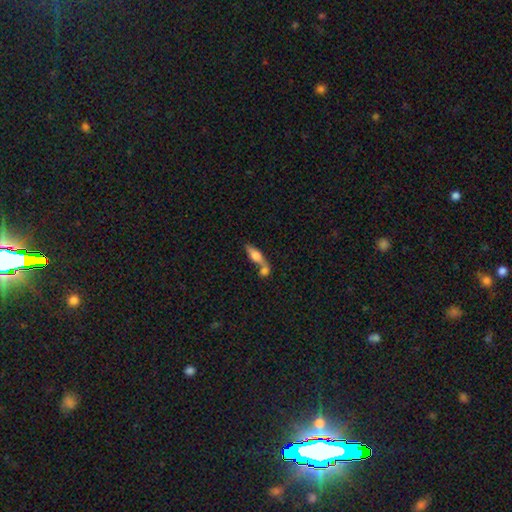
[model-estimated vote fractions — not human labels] Q: Smooth or featured?
A: smooth (57%); runner-up: featured or disk (36%)
Q: How rounded?
A: in between (54%); runner-up: cigar-shaped (41%)
Q: Merging?
A: merger (50%); runner-up: none (36%)